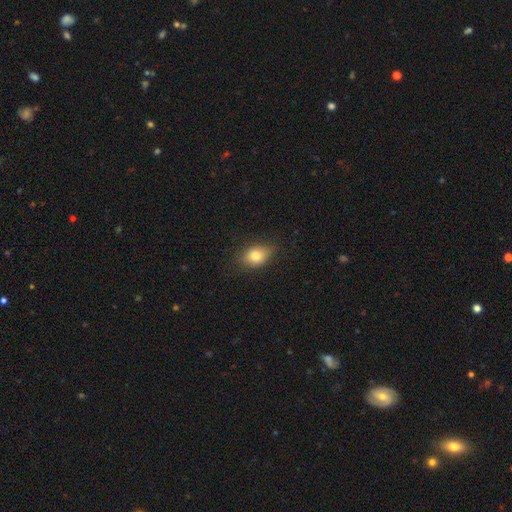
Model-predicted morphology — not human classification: smooth 79%, featured or disk 11%, star or artifact 10%. Down the decision tree: how rounded — in between (71%); merging — none (74%).